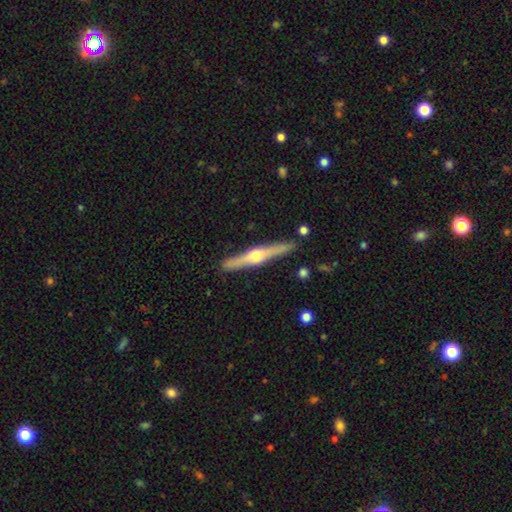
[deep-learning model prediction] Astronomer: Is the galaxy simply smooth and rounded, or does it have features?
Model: featured or disk — 78%.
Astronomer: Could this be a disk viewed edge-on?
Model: yes — 98%.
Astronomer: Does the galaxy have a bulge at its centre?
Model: rounded — 93%.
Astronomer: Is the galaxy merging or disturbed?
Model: none — 89%.